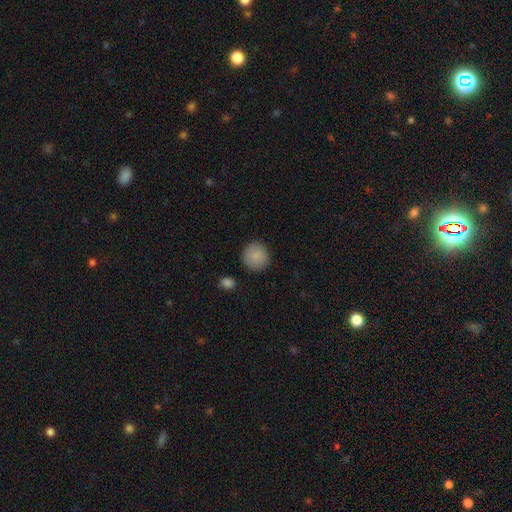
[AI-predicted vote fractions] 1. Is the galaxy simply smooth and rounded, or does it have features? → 88% smooth, 8% star or artifact, 4% featured or disk.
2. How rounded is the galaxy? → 93% round, 6% in between, 1% cigar-shaped.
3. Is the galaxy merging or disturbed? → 89% none, 7% minor disturbance, 2% major disturbance, 2% merger.